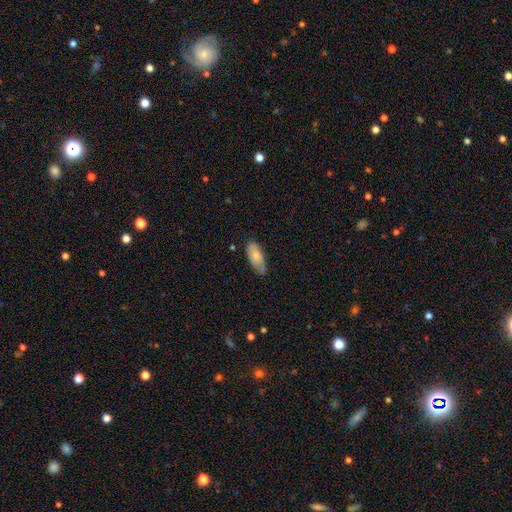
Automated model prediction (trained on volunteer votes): This is likely a smooth galaxy (69%). How rounded: clearly in between (88%). Merging: likely none (65%).